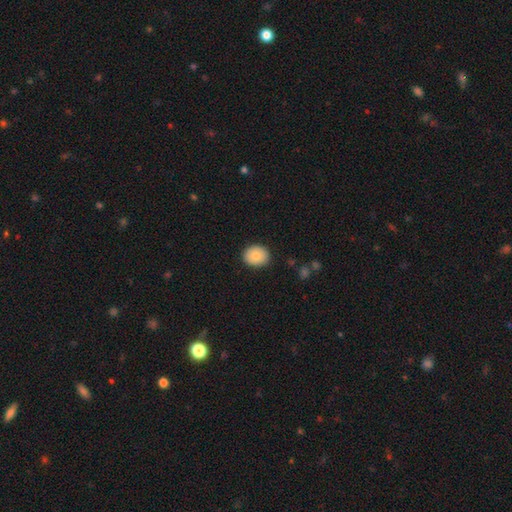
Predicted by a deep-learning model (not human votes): Smooth or featured? Predicted: smooth (p=0.83). How rounded? Predicted: round (p=0.58). Merging? Predicted: none (p=0.87).